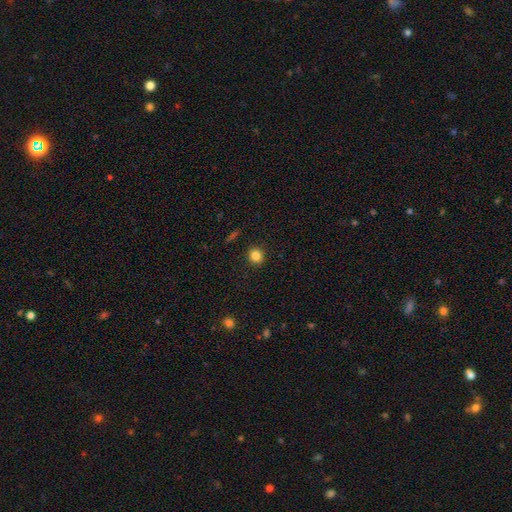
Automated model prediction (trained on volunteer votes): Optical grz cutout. It shows a smooth galaxy with no disk features (83%) that is round (86%). Merging: none (91%).